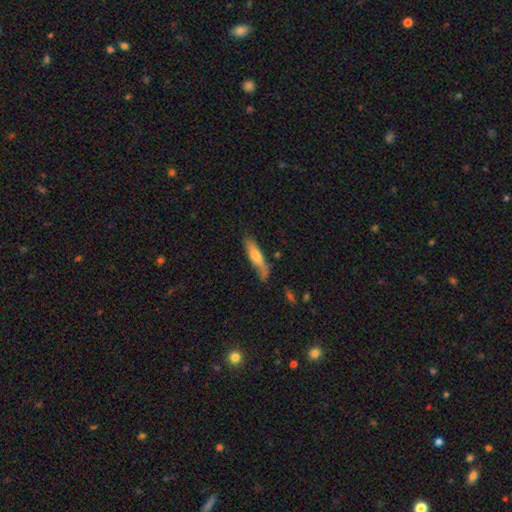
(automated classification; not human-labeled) smooth-or-featured: smooth: 64% | featured or disk: 29% | star or artifact: 6%
  how-rounded: cigar-shaped: 76% | in between: 22% | round: 2%
  merging: none: 63% | minor disturbance: 25% | major disturbance: 8% | merger: 5%